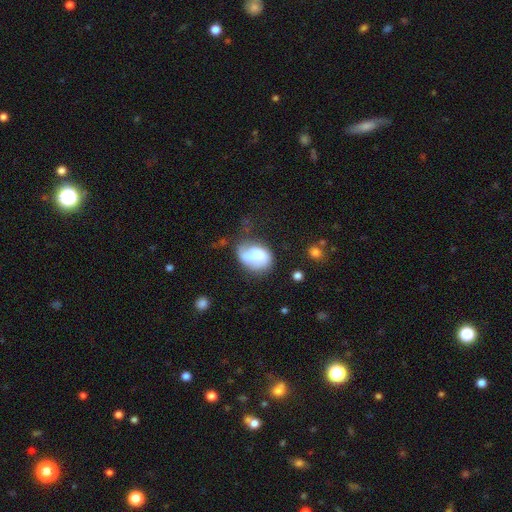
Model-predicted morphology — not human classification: Smooth or featured?
  - smooth: 49% *
  - featured or disk: 42%
  - star or artifact: 9%
Merging?
  - none: 38% *
  - minor disturbance: 29%
  - major disturbance: 24%
  - merger: 9%